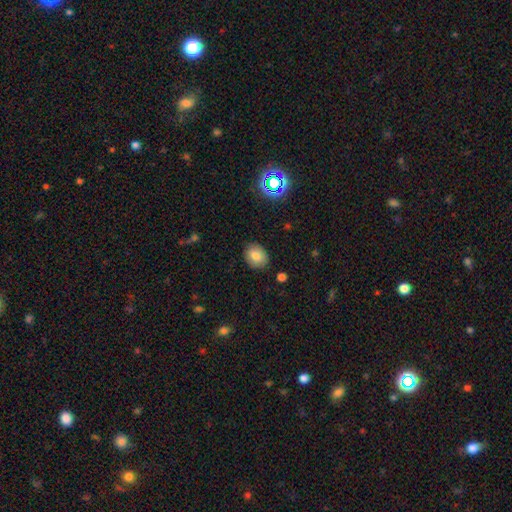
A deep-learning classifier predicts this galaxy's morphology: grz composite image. It shows a smooth galaxy with no disk features (78%) that is in between round and cigar-shaped (59%). Merging: none (84%).